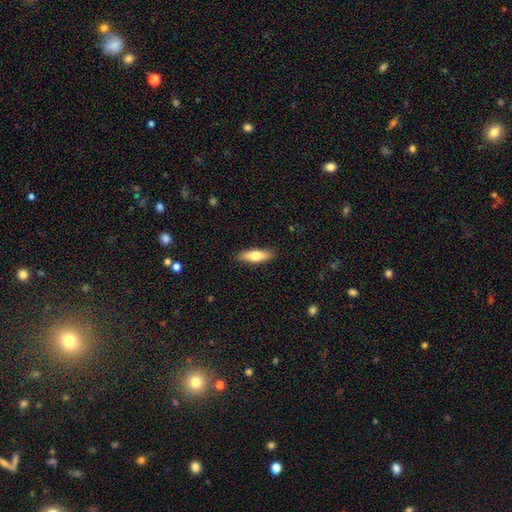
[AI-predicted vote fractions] Q: Smooth or featured?
A: smooth (70%); runner-up: featured or disk (24%)
Q: How rounded?
A: in between (52%); runner-up: cigar-shaped (45%)
Q: Merging?
A: none (89%); runner-up: minor disturbance (8%)